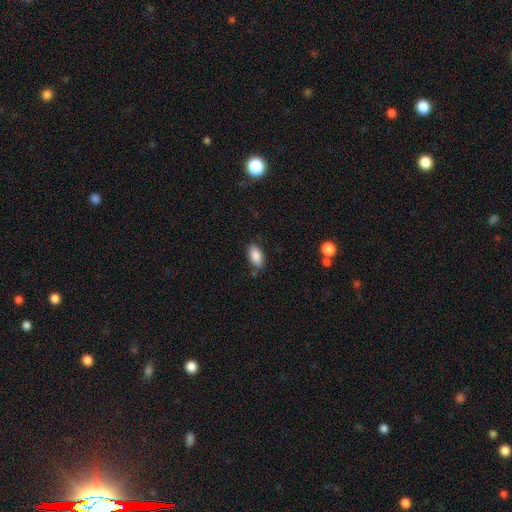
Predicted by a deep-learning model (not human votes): Smooth or featured?
  - smooth: 87% *
  - star or artifact: 7%
  - featured or disk: 6%
How rounded?
  - in between: 92% *
  - cigar-shaped: 4%
  - round: 4%
Merging?
  - none: 77% *
  - minor disturbance: 16%
  - merger: 3%
  - major disturbance: 3%